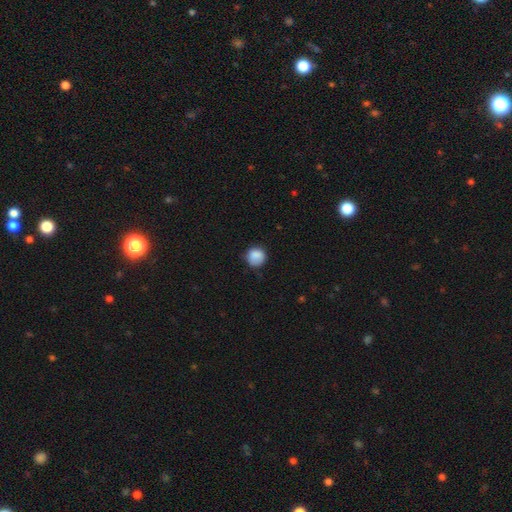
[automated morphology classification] Q: Smooth or featured?
A: smooth (87%); runner-up: star or artifact (8%)
Q: How rounded?
A: round (90%); runner-up: in between (9%)
Q: Merging?
A: none (76%); runner-up: minor disturbance (18%)